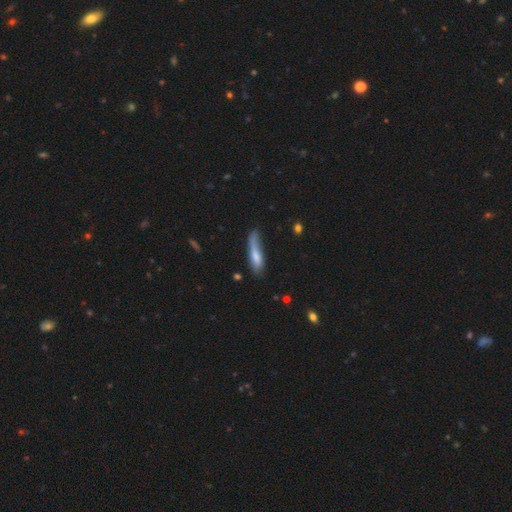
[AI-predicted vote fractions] A smooth galaxy with no disk features (70%) that is cigar-shaped (73%).

Vote fractions:
- Smooth or featured? smooth: 70% / featured or disk: 24% / star or artifact: 7%
- How rounded? cigar-shaped: 73% / in between: 26% / round: 2%
- Merging? none: 45% / minor disturbance: 34% / major disturbance: 16% / merger: 5%